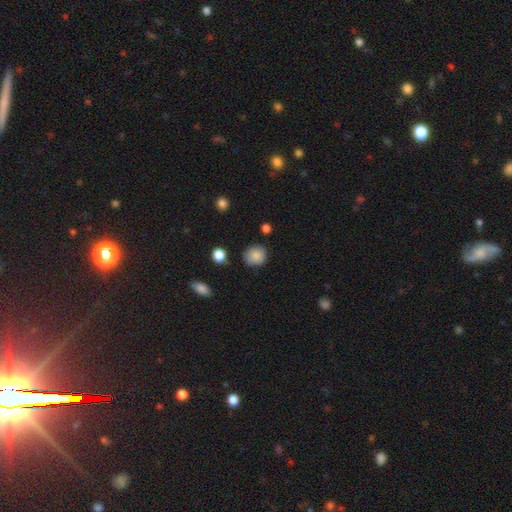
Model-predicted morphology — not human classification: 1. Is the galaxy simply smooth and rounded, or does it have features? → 86% smooth, 8% star or artifact, 5% featured or disk.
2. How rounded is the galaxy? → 82% round, 17% in between, 1% cigar-shaped.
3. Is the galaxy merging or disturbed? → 80% none, 15% minor disturbance, 3% major disturbance, 2% merger.